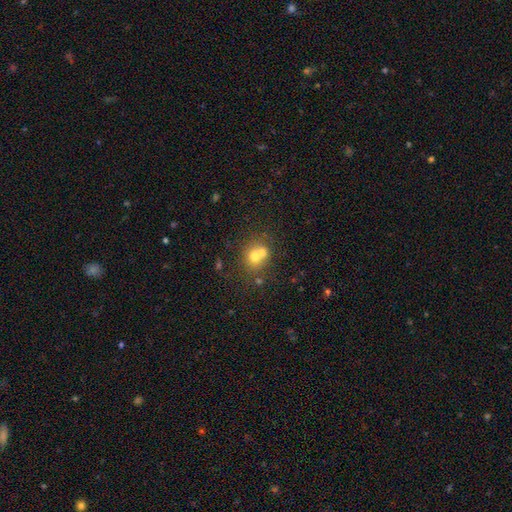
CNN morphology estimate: type=smooth (66%); roundness=round (75%); merging=merger (53%).